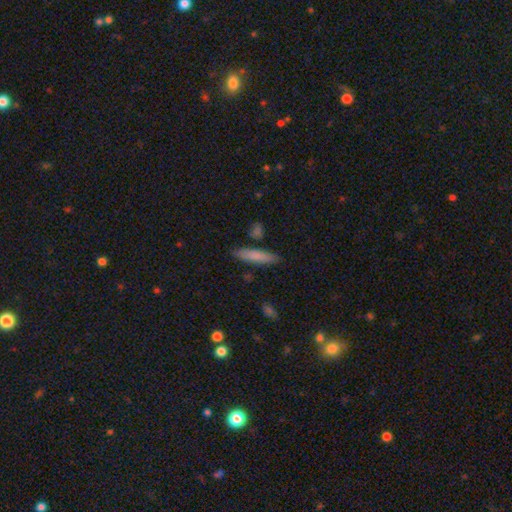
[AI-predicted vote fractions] Overall: smooth (79%). How rounded: cigar-shaped (84%). Merging: none (84%).